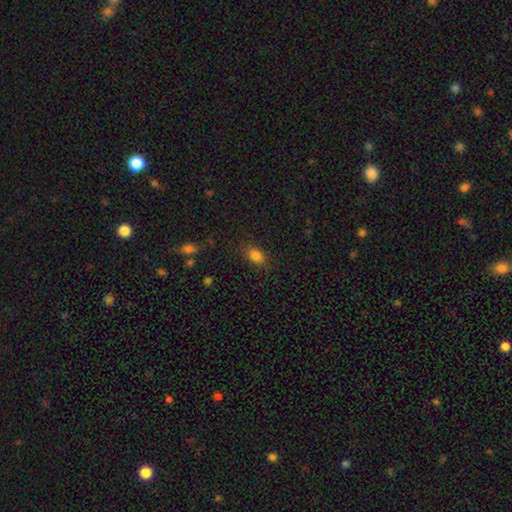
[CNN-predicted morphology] smooth 83%, star or artifact 11%, featured or disk 6%. Down the decision tree: how rounded — in between (71%); merging — none (83%).